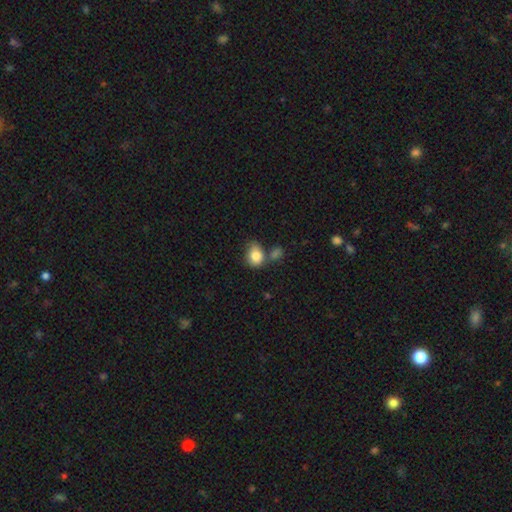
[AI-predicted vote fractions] Smooth or featured? Predicted: smooth (p=0.82). How rounded? Predicted: in between (p=0.53). Merging? Predicted: none (p=0.43).